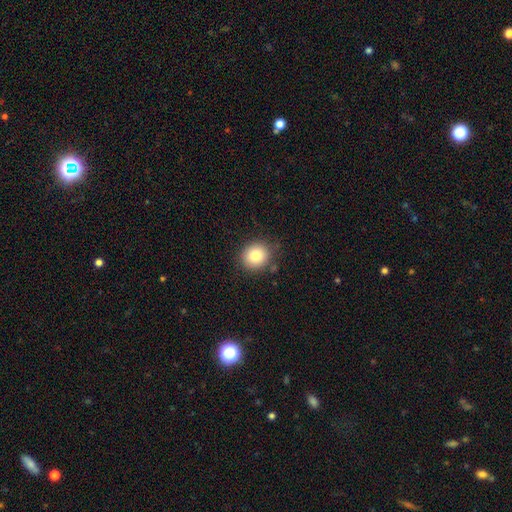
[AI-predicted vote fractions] Morphology: type=smooth (81%); roundness=round (82%); merging=none (84%).